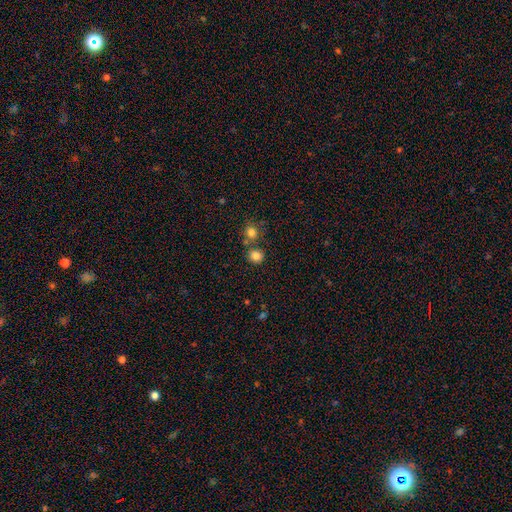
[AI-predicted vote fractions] Smooth or featured? Predicted: smooth (p=0.83). How rounded? Predicted: round (p=0.85). Merging? Predicted: none (p=0.69).